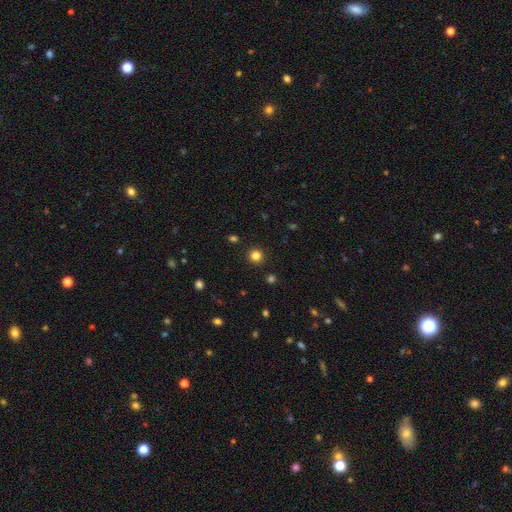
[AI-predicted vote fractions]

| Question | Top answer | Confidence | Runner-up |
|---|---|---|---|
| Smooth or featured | smooth | 82% | star or artifact (14%) |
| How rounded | round | 94% | in between (5%) |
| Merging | none | 92% | minor disturbance (5%) |